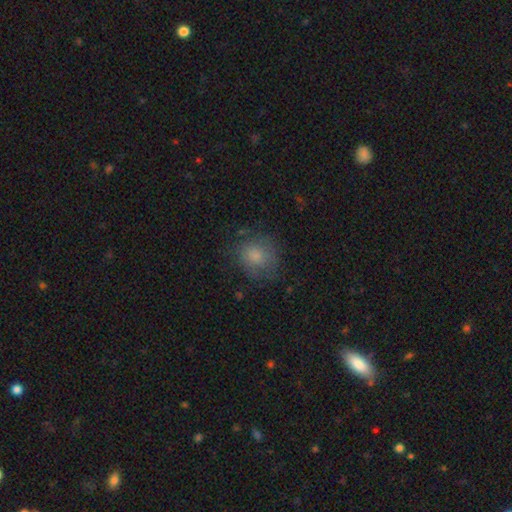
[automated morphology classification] Smooth or featured?
  - smooth: 75% *
  - featured or disk: 15%
  - star or artifact: 10%
How rounded?
  - round: 74% *
  - in between: 25%
  - cigar-shaped: 1%
Merging?
  - none: 65% *
  - minor disturbance: 22%
  - major disturbance: 11%
  - merger: 2%